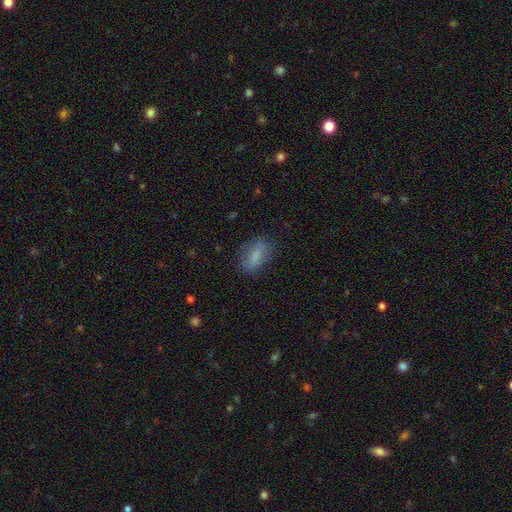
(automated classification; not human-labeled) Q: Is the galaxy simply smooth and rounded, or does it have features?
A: smooth — 78%.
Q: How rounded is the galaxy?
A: in between — 84%.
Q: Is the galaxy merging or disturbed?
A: none — 75%.